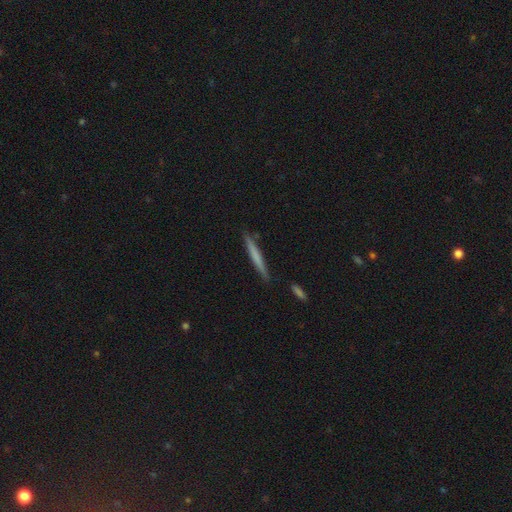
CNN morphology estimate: Smooth or featured? Predicted: smooth (p=0.60). How rounded? Predicted: cigar-shaped (p=0.96). Merging? Predicted: none (p=0.88).